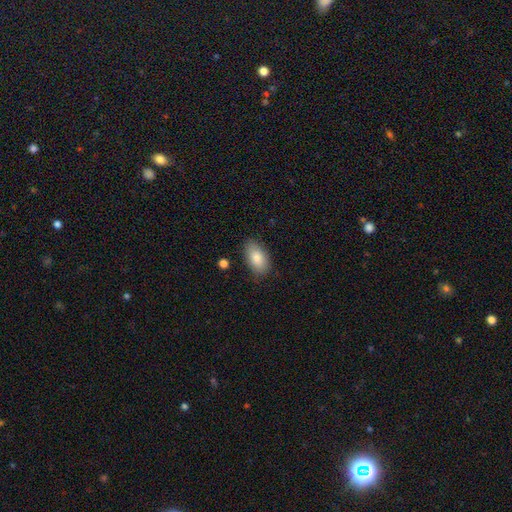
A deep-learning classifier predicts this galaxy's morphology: The model was most divided on "merging": none: 83%, minor disturbance: 13%, major disturbance: 3%, merger: 2%. More confident: how rounded — in between (93%); smooth or featured — smooth (84%).